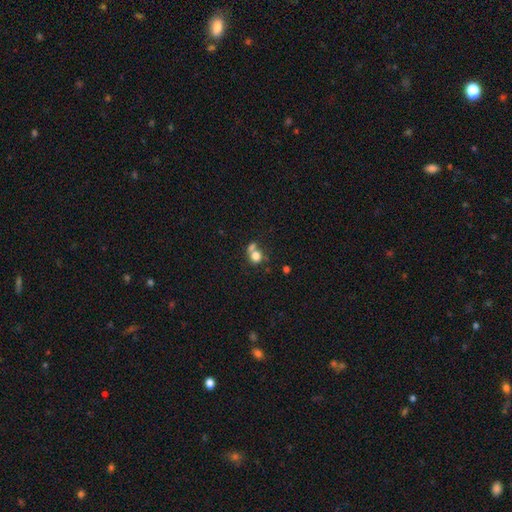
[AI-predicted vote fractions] A smooth galaxy with no disk features (75%) that is round (74%). Merging: merger (45%).